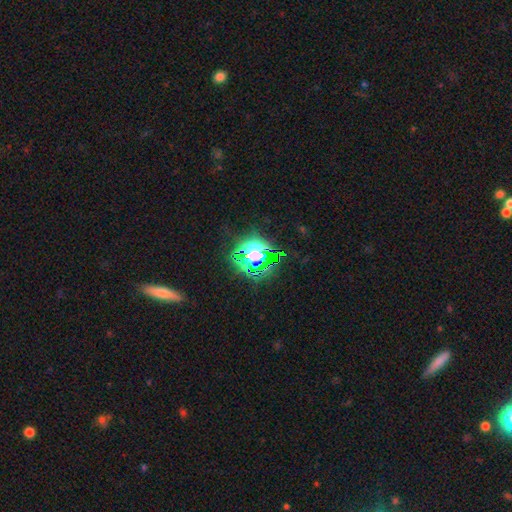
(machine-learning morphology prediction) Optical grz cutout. It shows a star or artifact, not a galaxy (68%).